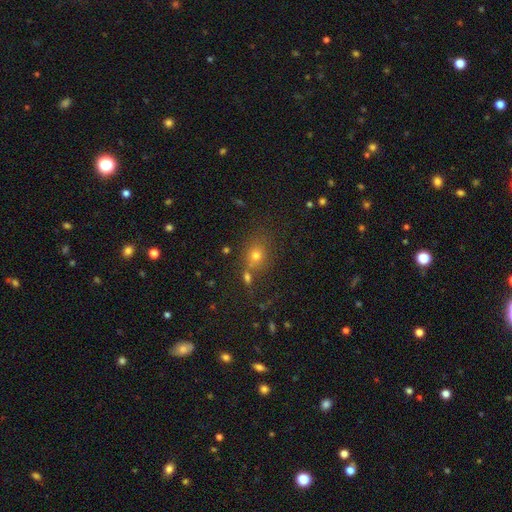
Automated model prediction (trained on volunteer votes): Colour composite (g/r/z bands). It shows a smooth galaxy with no disk features (66%) that is round (68%). Merging: none (63%).